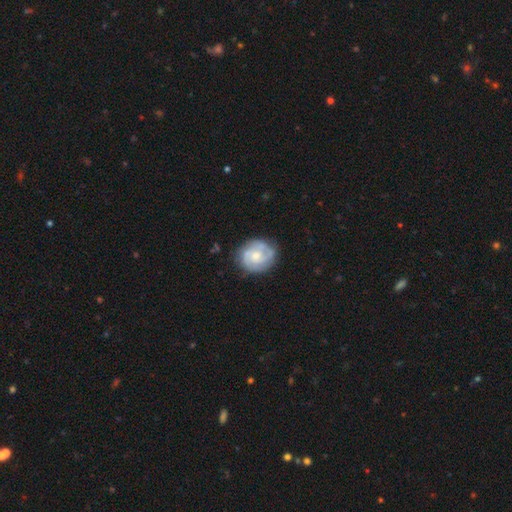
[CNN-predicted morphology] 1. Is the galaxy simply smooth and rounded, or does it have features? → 70% featured or disk, 25% smooth, 5% star or artifact.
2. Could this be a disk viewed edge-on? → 98% no, 2% yes.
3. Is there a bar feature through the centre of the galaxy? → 70% no, 26% weak, 4% strong.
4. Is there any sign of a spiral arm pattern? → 87% yes, 13% no.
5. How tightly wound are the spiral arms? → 54% tight, 36% medium, 10% loose.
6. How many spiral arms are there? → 43% 2, 25% can't tell, 22% 3, 4% 1, 4% 4, 3% more than 4.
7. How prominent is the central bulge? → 51% moderate, 39% small, 5% large, 4% none, 1% dominant.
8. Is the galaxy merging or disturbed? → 74% none, 18% minor disturbance, 6% major disturbance, 2% merger.